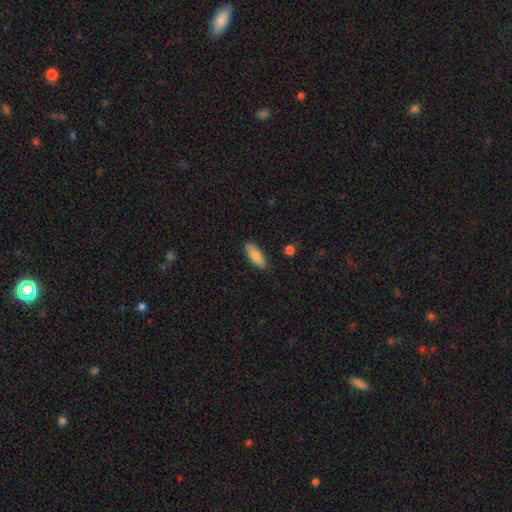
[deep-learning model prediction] This is clearly a smooth galaxy (83%). How rounded: likely in between (73%). Merging: clearly none (85%).